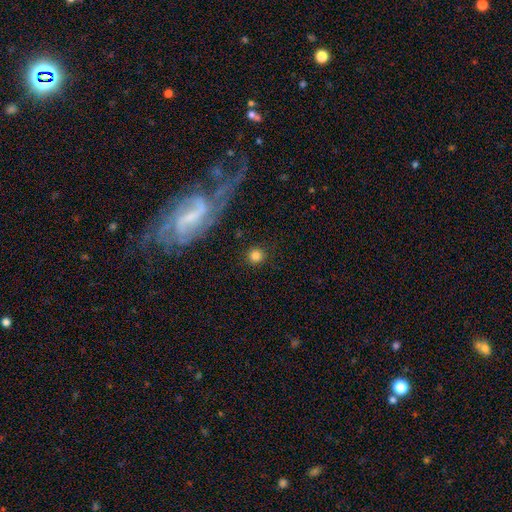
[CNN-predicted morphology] The model was most divided on "smooth or featured": smooth: 81%, star or artifact: 11%, featured or disk: 8%. More confident: how rounded — round (94%); merging — none (88%).